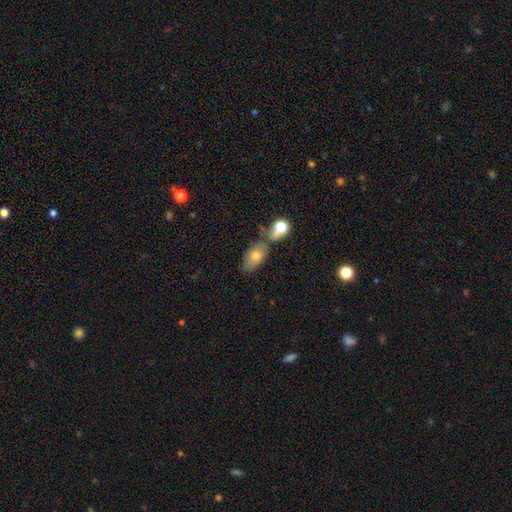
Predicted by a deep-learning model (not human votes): smooth 69%, featured or disk 21%, star or artifact 9%. Down the decision tree: how rounded — in between (87%); merging — none (50%).